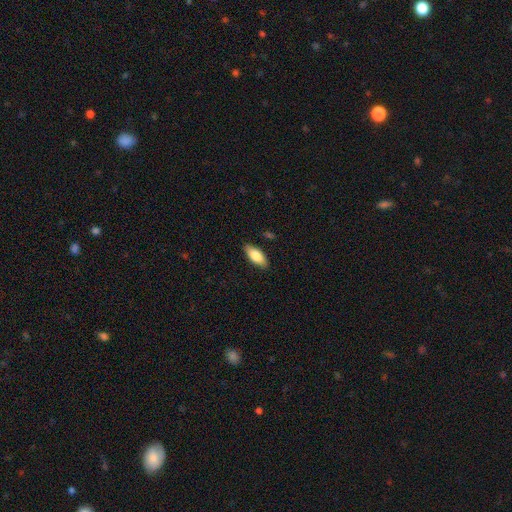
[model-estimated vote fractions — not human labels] Smooth or featured? Predicted: smooth (p=0.81). How rounded? Predicted: in between (p=0.83). Merging? Predicted: none (p=0.88).